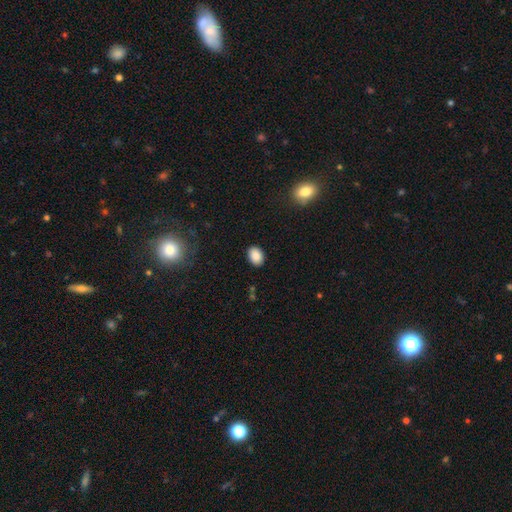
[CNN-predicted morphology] smooth 88%, star or artifact 9%, featured or disk 4%. Down the decision tree: how rounded — in between (76%); merging — none (88%).